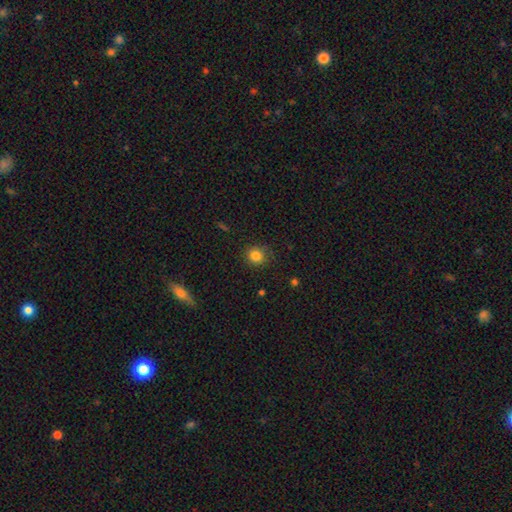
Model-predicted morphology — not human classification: smooth 83%, star or artifact 12%, featured or disk 5%. Down the decision tree: how rounded — round (85%); merging — none (84%).